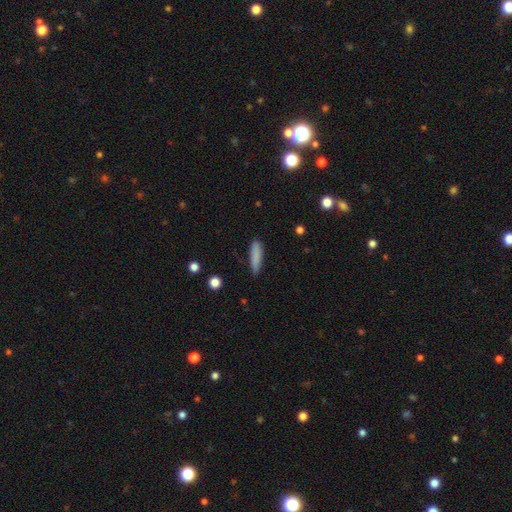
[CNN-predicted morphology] Smooth or featured: smooth — 85% (featured or disk — 8%)
How rounded: cigar-shaped — 72% (in between — 27%)
Merging: none — 81% (minor disturbance — 15%)